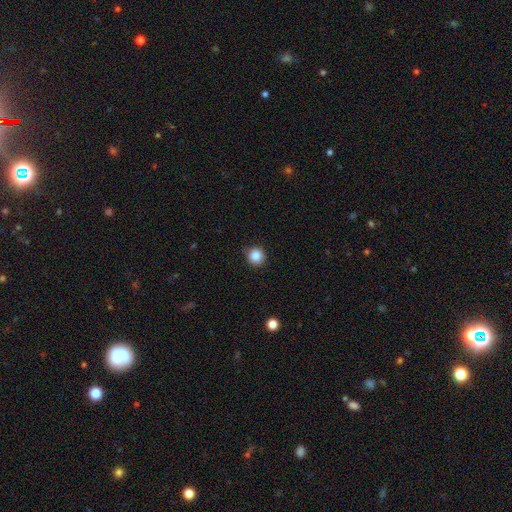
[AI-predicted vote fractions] Smooth or featured? smooth (86%)
How rounded? round (92%)
Merging? none (86%)